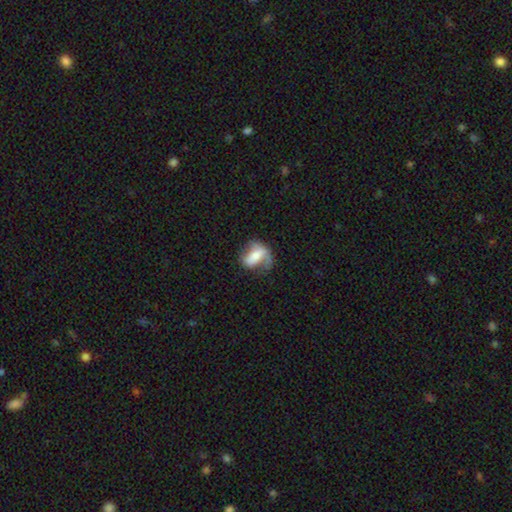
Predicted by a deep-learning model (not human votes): smooth-or-featured: smooth: 50% | featured or disk: 43% | star or artifact: 7%
  merging: none: 41% | major disturbance: 29% | minor disturbance: 27% | merger: 3%